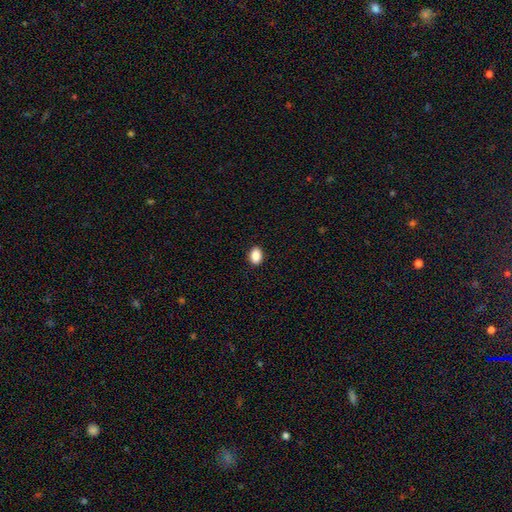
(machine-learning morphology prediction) This is clearly a smooth galaxy (89%). How rounded: clearly in between (80%). Merging: clearly none (90%).